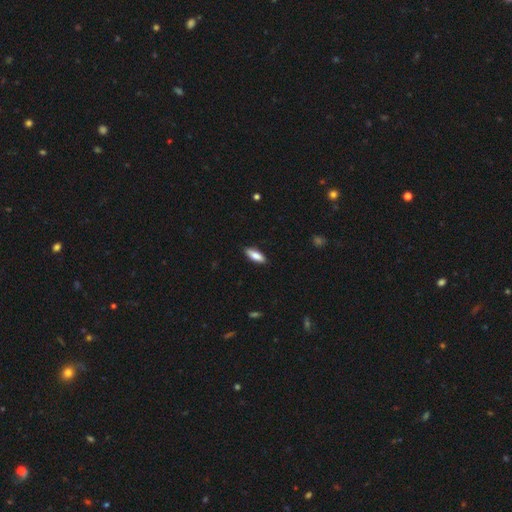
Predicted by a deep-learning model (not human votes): Smooth or featured? Predicted: smooth (p=0.82). How rounded? Predicted: in between (p=0.67). Merging? Predicted: none (p=0.87).